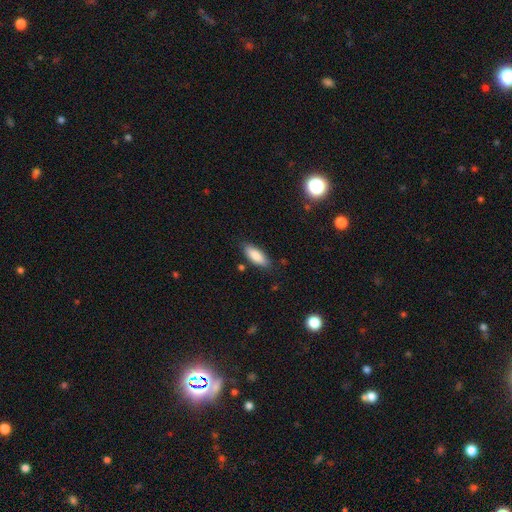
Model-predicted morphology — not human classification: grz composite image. It shows a smooth galaxy with no disk features (86%) that is in between round and cigar-shaped (74%). Merging: none (83%).